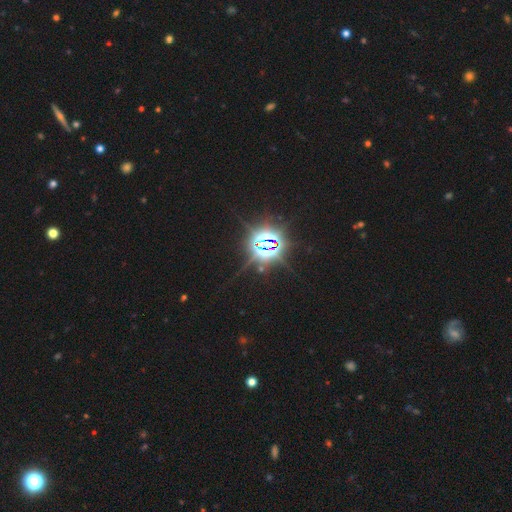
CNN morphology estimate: A star or artifact, not a galaxy (86%).